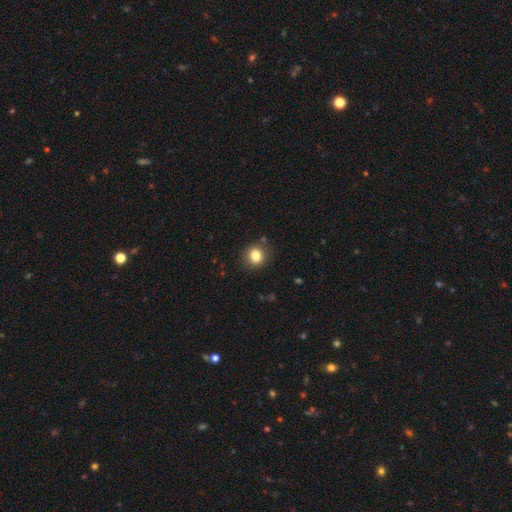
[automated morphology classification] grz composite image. It shows a smooth galaxy with no disk features (82%) that is round (84%). Merging: none (87%).